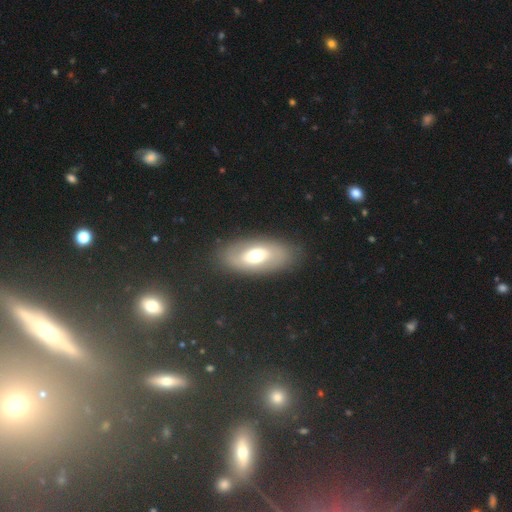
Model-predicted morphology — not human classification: Overall: smooth (51%; featured or disk 42%). How rounded: in between (90%). Merging: none (82%).